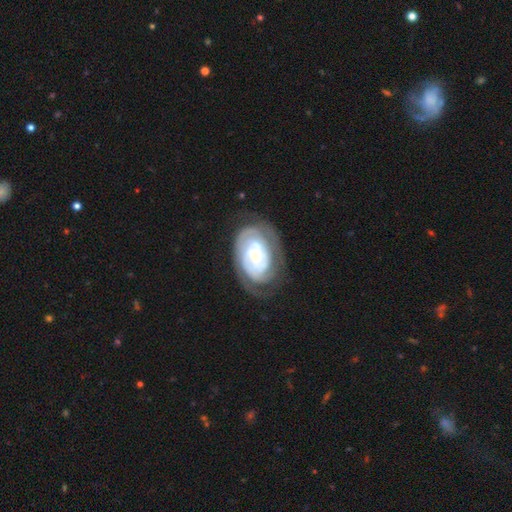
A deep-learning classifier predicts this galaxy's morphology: smooth_or_featured: featured or disk (p=0.81) [alt: smooth p=0.14]
disk_edge_on: no (p=0.97) [alt: yes p=0.03]
bar: no (p=0.77) [alt: weak p=0.18]
has_spiral_arms: yes (p=0.89) [alt: no p=0.11]
spiral_winding: tight (p=0.75) [alt: medium p=0.19]
spiral_arm_count: can't tell (p=0.42) [alt: 2 p=0.29]
bulge_size: small (p=0.60) [alt: moderate p=0.33]
merging: none (p=0.63) [alt: minor disturbance p=0.21]